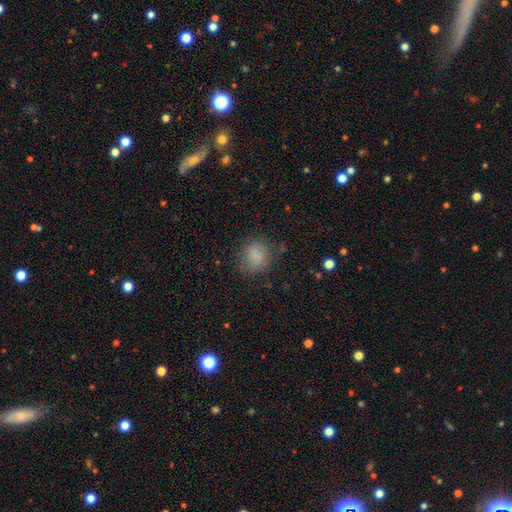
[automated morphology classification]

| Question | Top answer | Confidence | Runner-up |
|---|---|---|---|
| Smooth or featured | smooth | 84% | star or artifact (10%) |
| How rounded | round | 73% | in between (25%) |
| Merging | none | 79% | minor disturbance (14%) |